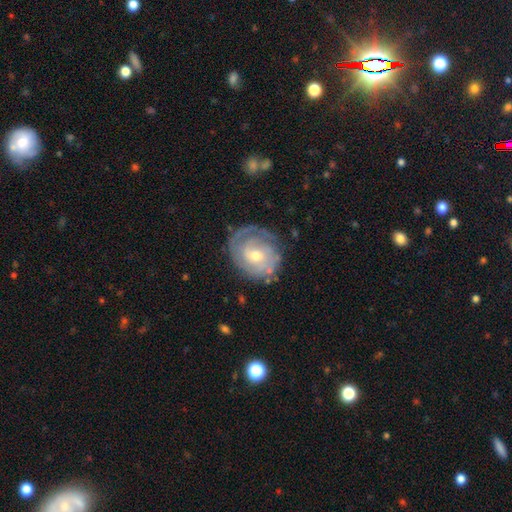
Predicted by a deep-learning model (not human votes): featured or disk 76%, smooth 18%, star or artifact 6%. Down the decision tree: edge-on disk — no (97%); bar — no (65%); spiral arms — yes (87%); spiral arm count — can't tell (36%); spiral winding — tight (68%); bulge size — moderate (57%); merging — none (71%).